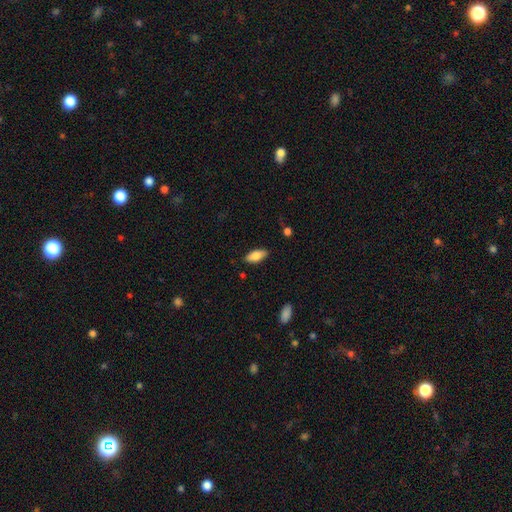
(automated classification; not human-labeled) Smooth or featured: smooth — 80% (featured or disk — 14%)
How rounded: in between — 85% (cigar-shaped — 13%)
Merging: none — 86% (minor disturbance — 11%)